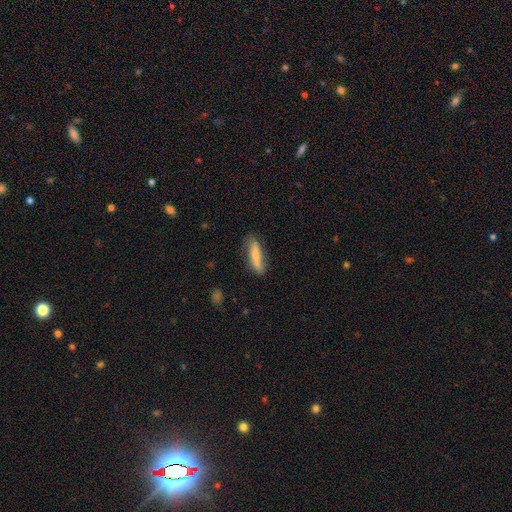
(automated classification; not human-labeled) This is likely a smooth galaxy (74%). How rounded: likely cigar-shaped (66%). Merging: likely none (74%).